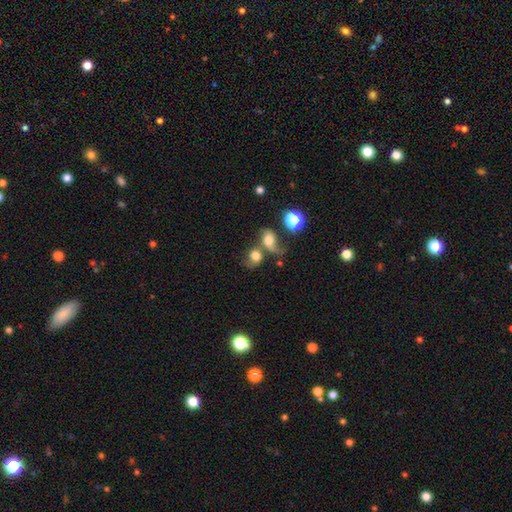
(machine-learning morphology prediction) A smooth galaxy with no disk features (60%) that is round (59%). Merging: merger (55%).